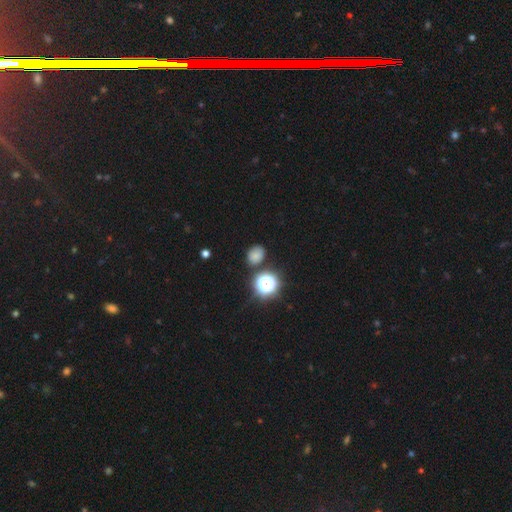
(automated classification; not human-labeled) The model was most divided on "how rounded": round: 50%, in between: 49%, cigar-shaped: 1%. More confident: merging — none (80%); smooth or featured — smooth (72%).